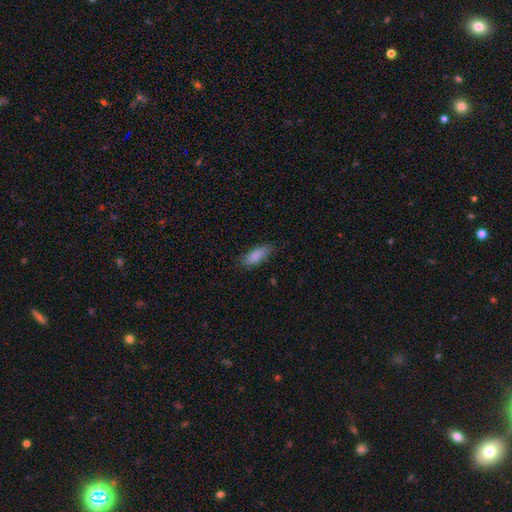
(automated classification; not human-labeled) Overall: smooth (87%). How rounded: in between (65%; cigar-shaped 33%). Merging: none (79%).